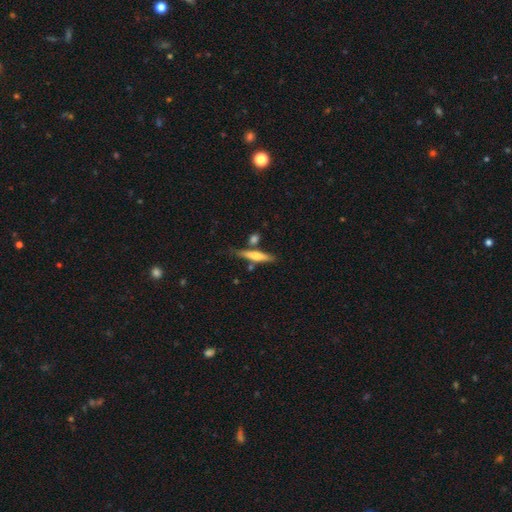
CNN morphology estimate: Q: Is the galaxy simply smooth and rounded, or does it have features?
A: smooth — 54%.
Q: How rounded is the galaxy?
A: cigar-shaped — 86%.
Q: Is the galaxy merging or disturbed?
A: none — 69%.